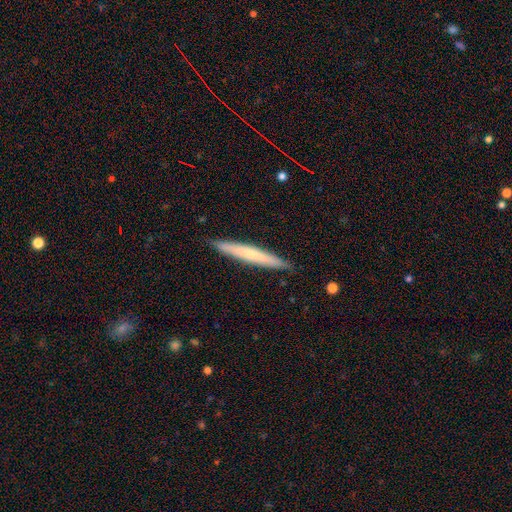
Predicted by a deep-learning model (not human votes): Smooth or featured: smooth — 52% (featured or disk — 42%)
How rounded: cigar-shaped — 96% (in between — 3%)
Merging: none — 91% (minor disturbance — 7%)